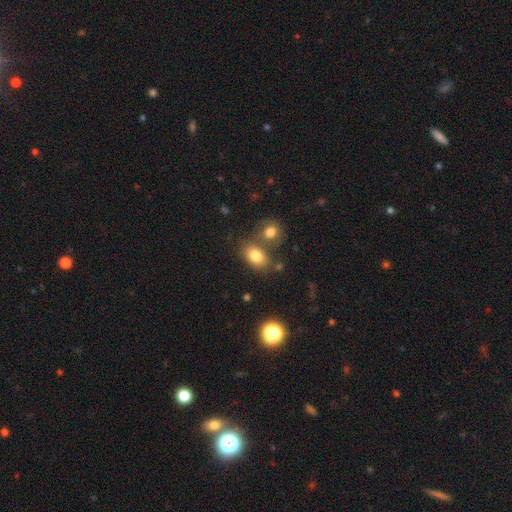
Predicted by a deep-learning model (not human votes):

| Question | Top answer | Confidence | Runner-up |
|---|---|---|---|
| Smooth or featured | smooth | 80% | star or artifact (10%) |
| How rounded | in between | 78% | round (20%) |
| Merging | none | 57% | merger (27%) |